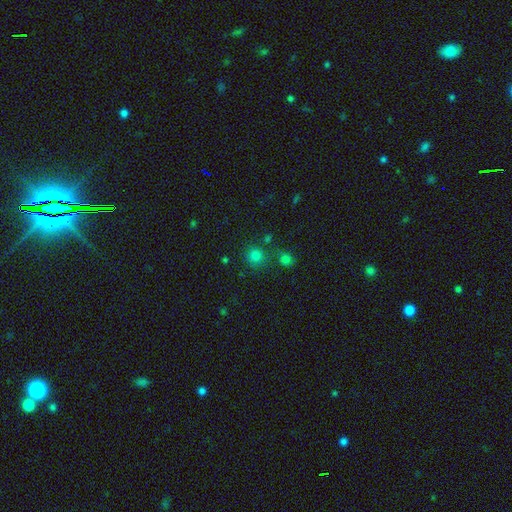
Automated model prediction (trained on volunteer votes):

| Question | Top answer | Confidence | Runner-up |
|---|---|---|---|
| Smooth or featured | smooth | 76% | star or artifact (18%) |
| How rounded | round | 90% | in between (9%) |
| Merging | none | 72% | merger (14%) |